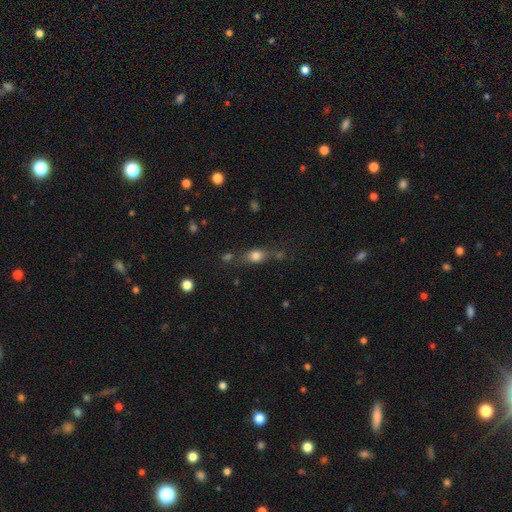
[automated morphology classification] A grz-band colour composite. It shows a smooth galaxy with no disk features (75%) that is in between round and cigar-shaped (61%). Merging: none (59%).